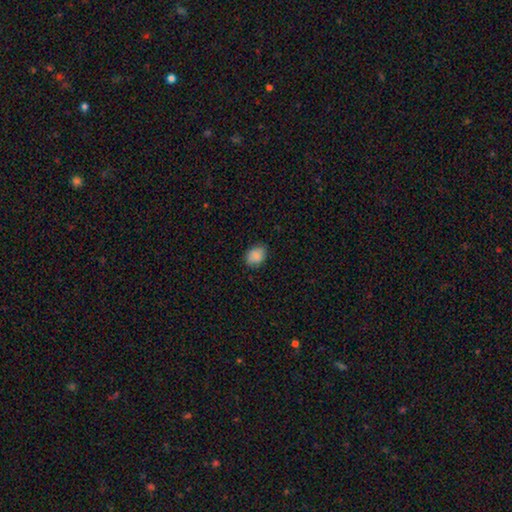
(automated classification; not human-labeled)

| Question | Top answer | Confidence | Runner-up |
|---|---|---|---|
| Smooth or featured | smooth | 87% | star or artifact (8%) |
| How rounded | in between | 65% | round (34%) |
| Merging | none | 83% | minor disturbance (13%) |